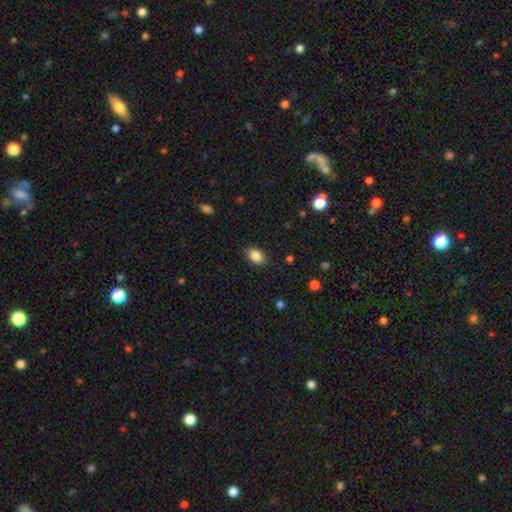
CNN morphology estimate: Smooth or featured: smooth — 88% (star or artifact — 8%)
How rounded: in between — 87% (round — 11%)
Merging: none — 85% (minor disturbance — 11%)